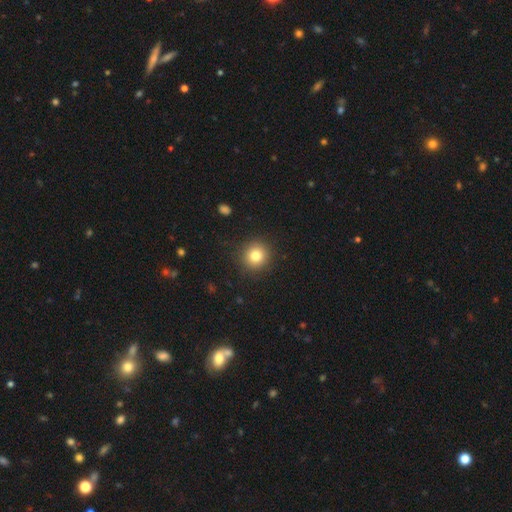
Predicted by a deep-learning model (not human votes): The model was most divided on "smooth or featured": smooth: 81%, star or artifact: 11%, featured or disk: 8%. More confident: how rounded — round (92%); merging — none (90%).